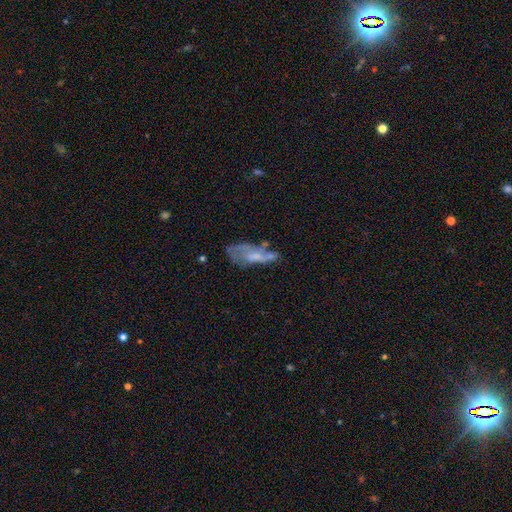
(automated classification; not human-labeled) Smooth or featured? Predicted: featured or disk (p=0.51). Edge-on disk? Predicted: no (p=0.84). Merging? Predicted: none (p=0.36).